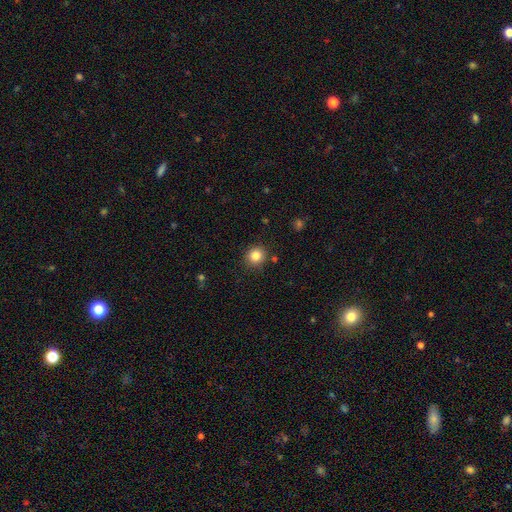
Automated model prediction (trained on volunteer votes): smooth-or-featured: smooth: 84% | star or artifact: 11% | featured or disk: 5%
  how-rounded: round: 89% | in between: 10% | cigar-shaped: 1%
  merging: none: 88% | minor disturbance: 8% | major disturbance: 2% | merger: 2%